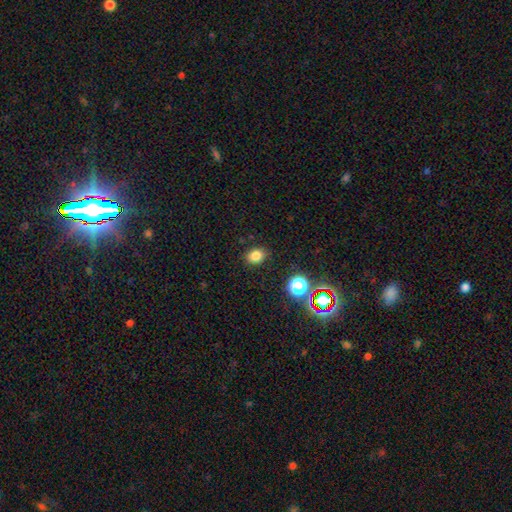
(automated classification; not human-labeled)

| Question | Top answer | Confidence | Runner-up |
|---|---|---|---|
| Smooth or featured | smooth | 81% | star or artifact (15%) |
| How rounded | in between | 53% | round (46%) |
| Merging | none | 85% | minor disturbance (10%) |